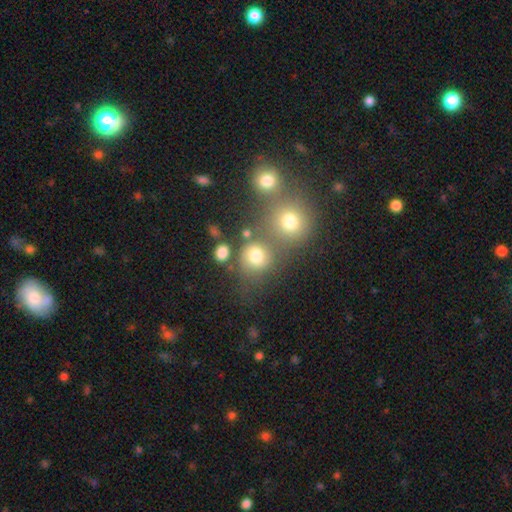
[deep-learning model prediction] This is likely a smooth galaxy (76%). How rounded: likely round (79%). Merging: possibly none (55%).